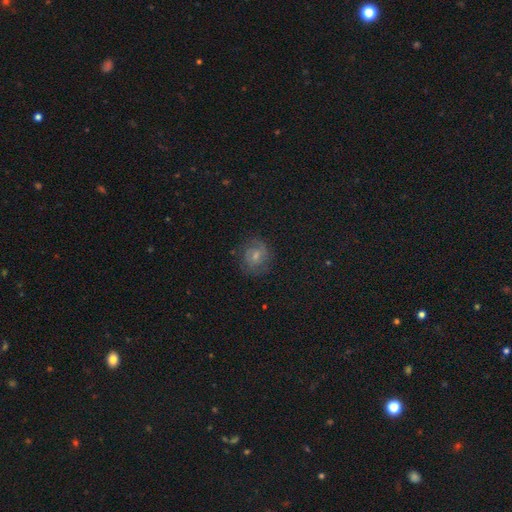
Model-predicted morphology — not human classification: A featured or disk galaxy (51%). Merging: none (75%).